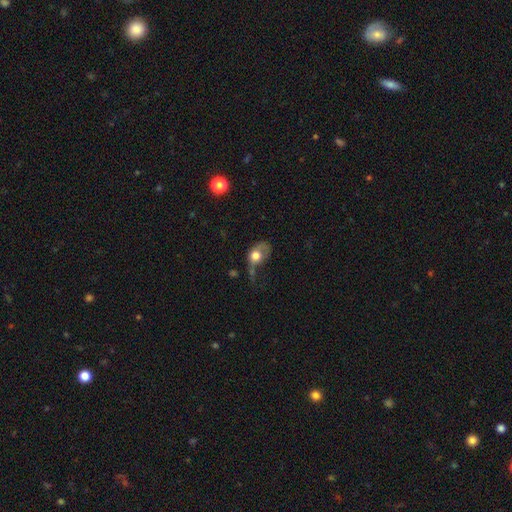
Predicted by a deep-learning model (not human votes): A smooth galaxy with no disk features (64%) that is in between round and cigar-shaped (63%).

Vote fractions:
- Smooth or featured? smooth: 64% / featured or disk: 27% / star or artifact: 9%
- How rounded? in between: 63% / round: 35% / cigar-shaped: 2%
- Merging? major disturbance: 51% / minor disturbance: 22% / none: 18% / merger: 9%